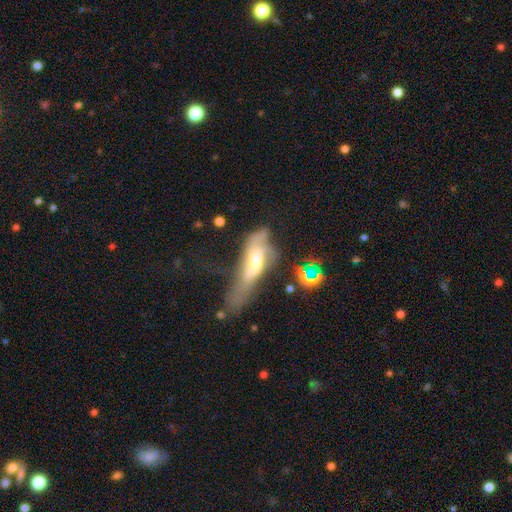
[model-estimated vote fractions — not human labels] Smooth or featured?
  - featured or disk: 47% *
  - smooth: 42%
  - star or artifact: 11%
Merging?
  - major disturbance: 53% *
  - minor disturbance: 17%
  - merger: 16%
  - none: 14%